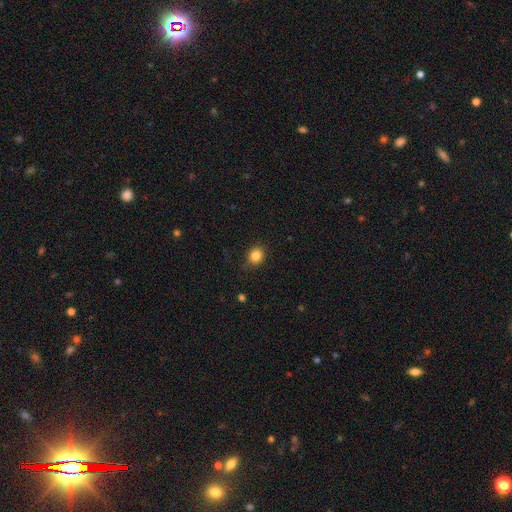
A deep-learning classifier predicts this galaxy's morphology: Overall: smooth (85%). How rounded: round (73%). Merging: none (85%).